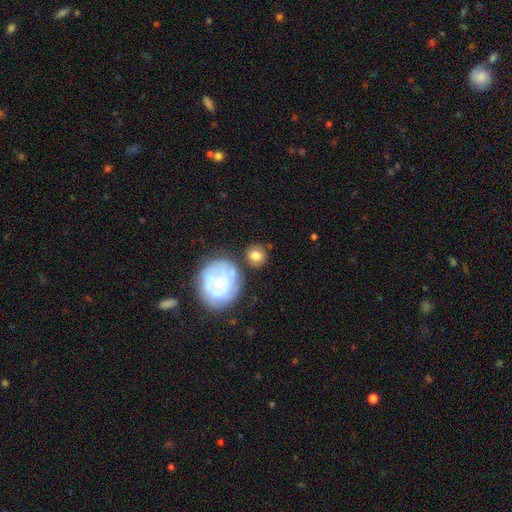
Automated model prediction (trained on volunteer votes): Smooth or featured?
  - smooth: 71% *
  - featured or disk: 22%
  - star or artifact: 7%
How rounded?
  - round: 86% *
  - in between: 13%
  - cigar-shaped: 1%
Merging?
  - none: 74% *
  - minor disturbance: 13%
  - merger: 8%
  - major disturbance: 5%